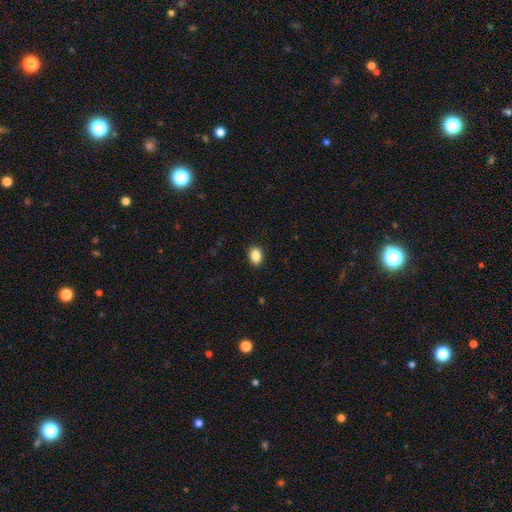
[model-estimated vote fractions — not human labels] Smooth or featured: smooth — 88% (star or artifact — 9%)
How rounded: in between — 70% (round — 29%)
Merging: none — 90% (minor disturbance — 7%)